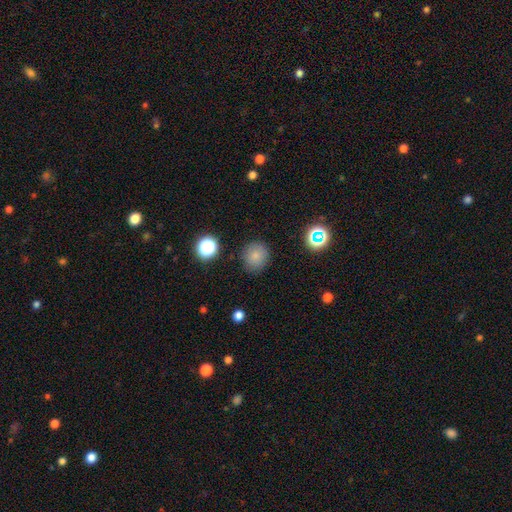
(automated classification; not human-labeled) Overall: smooth (80%). How rounded: round (88%). Merging: none (86%).